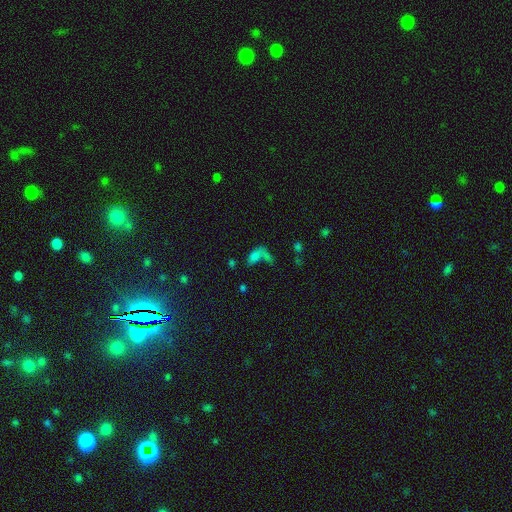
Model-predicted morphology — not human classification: This is likely a smooth galaxy (67%). How rounded: clearly in between (81%). Merging: possibly merger (46%).